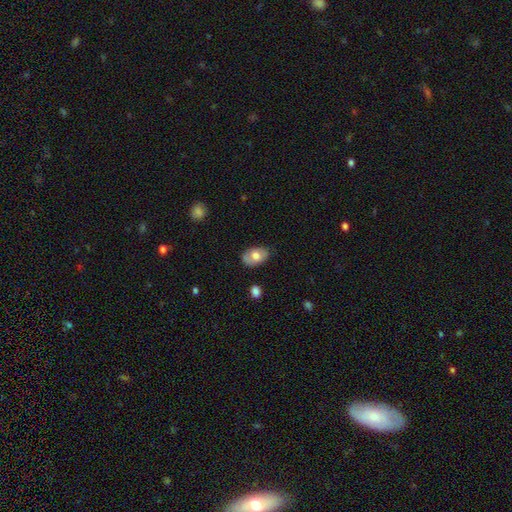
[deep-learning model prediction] smooth-or-featured: smooth: 68% | featured or disk: 25% | star or artifact: 7%
  how-rounded: in between: 88% | round: 11% | cigar-shaped: 1%
  merging: none: 70% | minor disturbance: 23% | major disturbance: 5% | merger: 2%